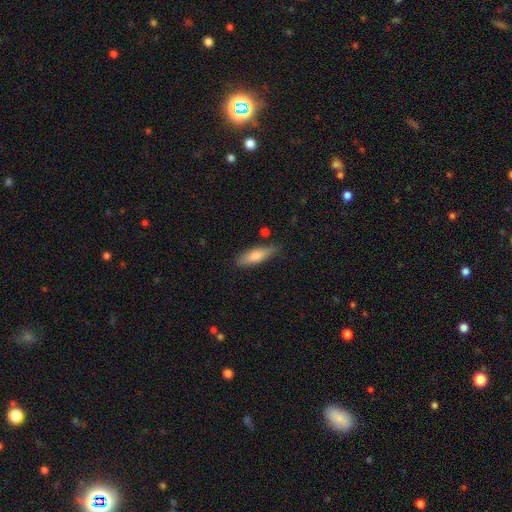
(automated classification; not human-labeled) smooth-or-featured: smooth: 70% | featured or disk: 24% | star or artifact: 6%
  how-rounded: cigar-shaped: 56% | in between: 42% | round: 2%
  merging: none: 76% | minor disturbance: 17% | major disturbance: 3% | merger: 3%